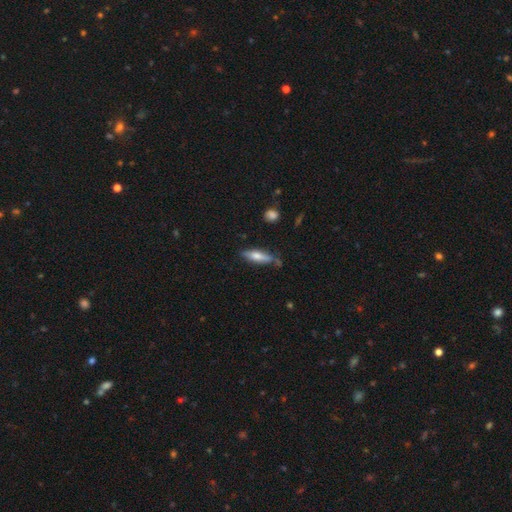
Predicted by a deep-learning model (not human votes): smooth_or_featured: smooth (p=0.63) [alt: featured or disk p=0.31]
how_rounded: cigar-shaped (p=0.64) [alt: in between p=0.34]
merging: none (p=0.66) [alt: minor disturbance p=0.23]